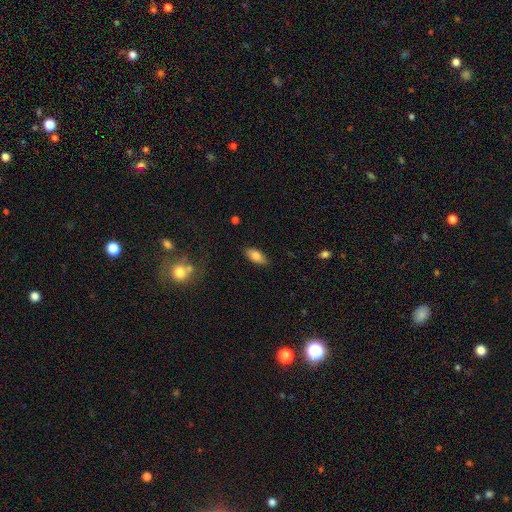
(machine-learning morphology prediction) Smooth or featured?
  - smooth: 81% *
  - featured or disk: 12%
  - star or artifact: 8%
How rounded?
  - in between: 87% *
  - cigar-shaped: 10%
  - round: 3%
Merging?
  - none: 86% *
  - minor disturbance: 11%
  - major disturbance: 2%
  - merger: 1%